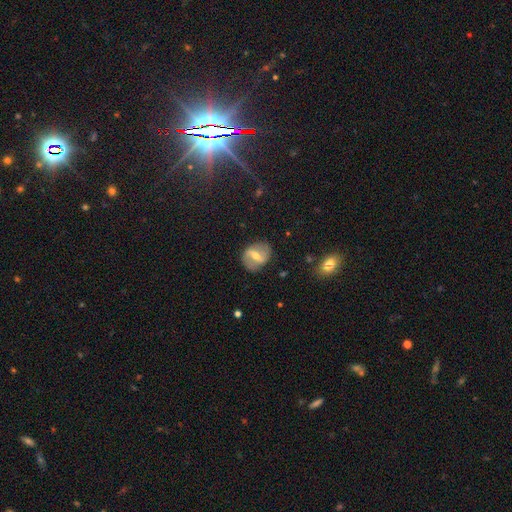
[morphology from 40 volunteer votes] This appears to be a featured or disk galaxy (75%) with a strong bar (46%), 2 (73%) loose (53%) spiral arms (54%) and a moderate central bulge (86%). Merging: none (79%).